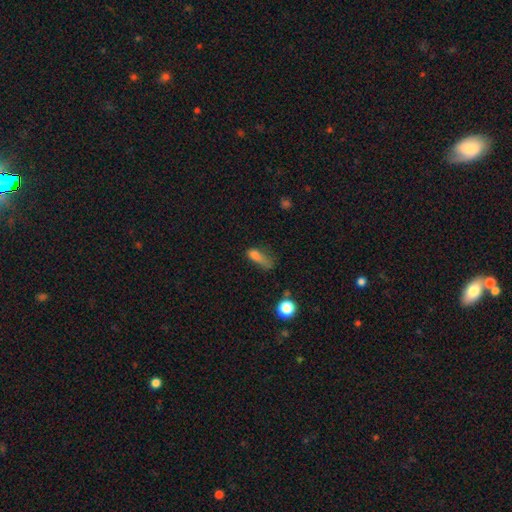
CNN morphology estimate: Q: Smooth or featured?
A: smooth (71%); runner-up: star or artifact (15%)
Q: How rounded?
A: in between (56%); runner-up: cigar-shaped (36%)
Q: Merging?
A: major disturbance (37%); runner-up: none (28%)